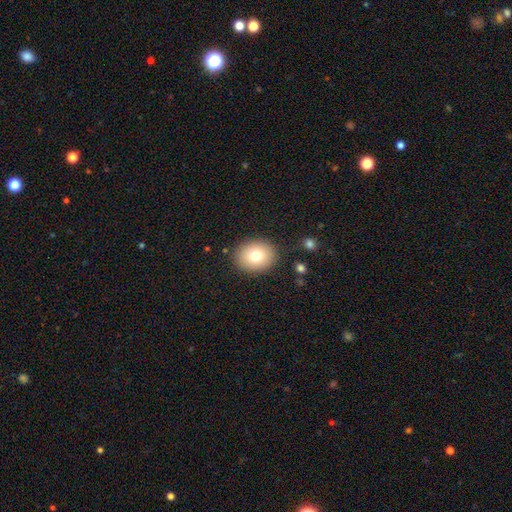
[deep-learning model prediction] This is likely a smooth galaxy (76%). How rounded: possibly round (52%). Merging: clearly none (87%).